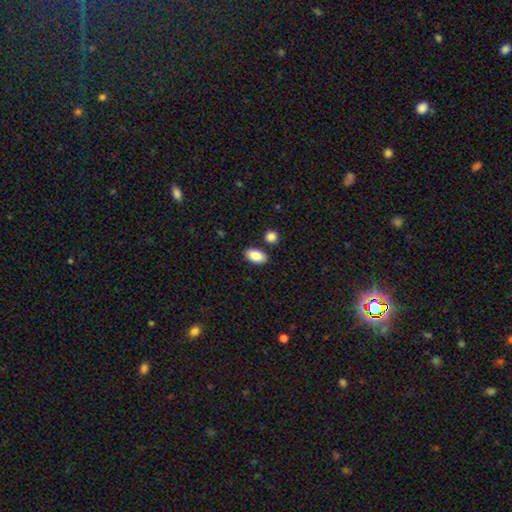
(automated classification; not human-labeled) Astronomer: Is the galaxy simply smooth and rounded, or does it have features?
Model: smooth — 88%.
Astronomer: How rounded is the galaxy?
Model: in between — 93%.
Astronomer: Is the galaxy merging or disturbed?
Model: none — 83%.